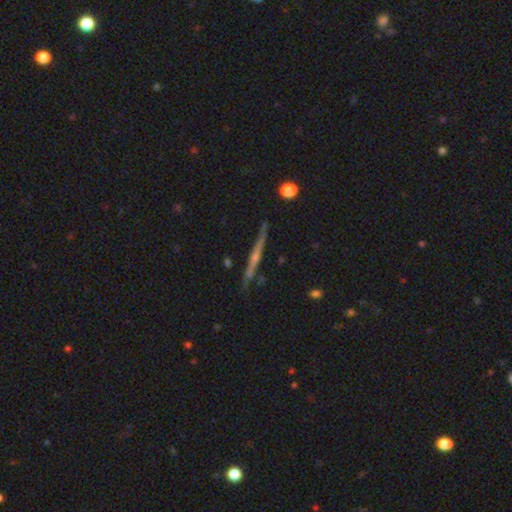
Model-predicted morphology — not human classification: The model was most divided on "edge-on bulge": rounded: 56%, none: 33%, boxy: 11%. More confident: edge-on disk — yes (95%); merging — none (85%); smooth or featured — featured or disk (67%).